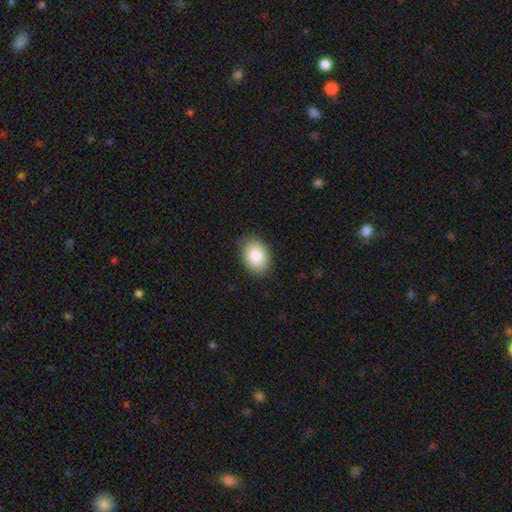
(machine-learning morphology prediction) smooth_or_featured: smooth (p=0.85) [alt: featured or disk p=0.07]
how_rounded: in between (p=0.77) [alt: round p=0.22]
merging: none (p=0.86) [alt: minor disturbance p=0.11]